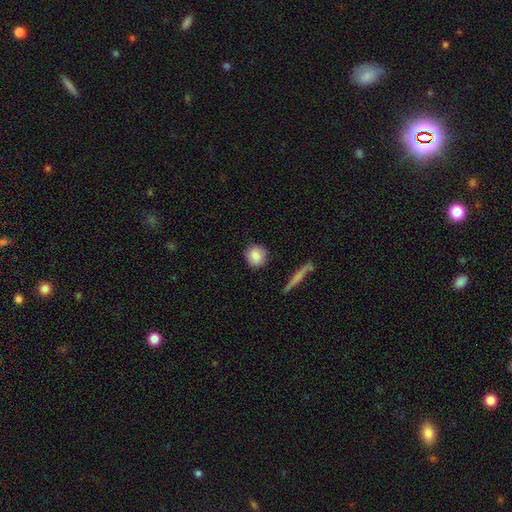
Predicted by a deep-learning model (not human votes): Smooth or featured: smooth — 84% (featured or disk — 8%)
How rounded: round — 88% (in between — 10%)
Merging: none — 88% (minor disturbance — 8%)